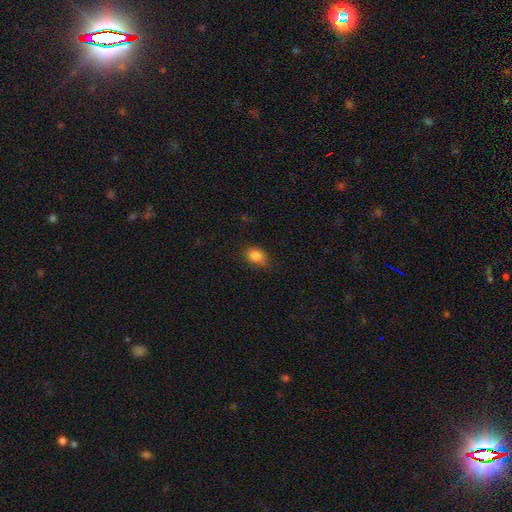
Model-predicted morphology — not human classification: Smooth or featured?
  - smooth: 85% *
  - star or artifact: 10%
  - featured or disk: 6%
How rounded?
  - in between: 64% *
  - round: 34%
  - cigar-shaped: 1%
Merging?
  - none: 70% *
  - minor disturbance: 24%
  - major disturbance: 5%
  - merger: 1%